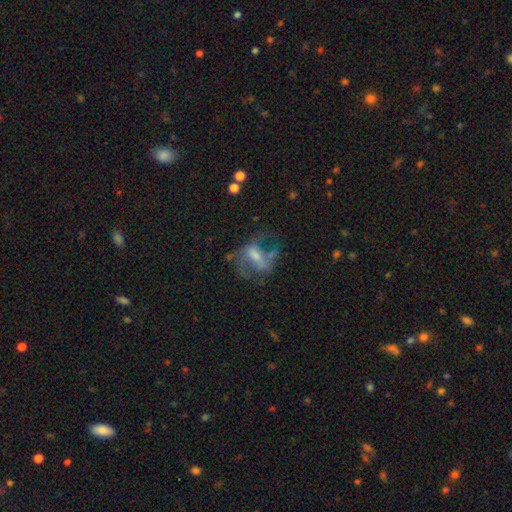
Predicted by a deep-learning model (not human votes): A featured or disk galaxy (64%) with a weak bar (38%), spiral arms (52%) and a small central bulge (34%).

Vote fractions:
- Smooth or featured? featured or disk: 64% / smooth: 25% / star or artifact: 12%
- Edge-on disk? no: 93% / yes: 7%
- Bar? weak: 38% / strong: 34% / no: 28%
- Spiral arms? yes: 52% / no: 48%
- Bulge size? small: 34% / moderate: 33% / none: 23% / large: 8% / dominant: 2%
- Merging? none: 40% / major disturbance: 36% / minor disturbance: 19% / merger: 5%